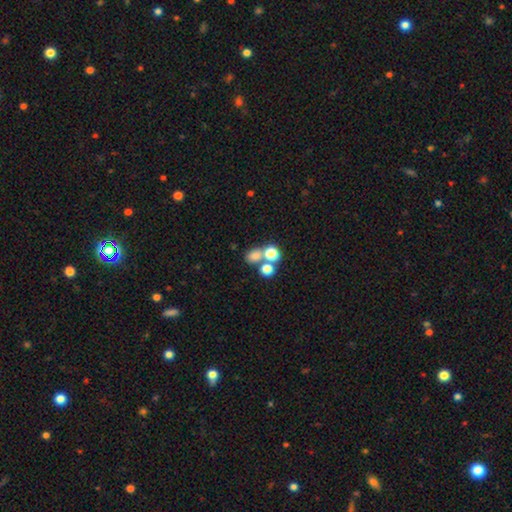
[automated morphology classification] Smooth or featured? Predicted: smooth (p=0.71). How rounded? Predicted: round (p=0.61). Merging? Predicted: none (p=0.47).